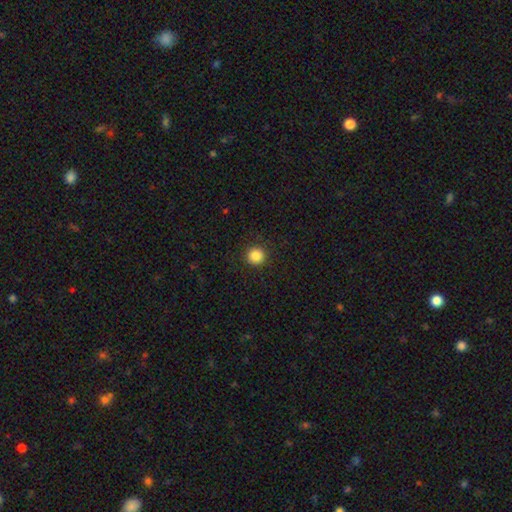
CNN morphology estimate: smooth 85%, star or artifact 11%, featured or disk 4%. Down the decision tree: how rounded — round (94%); merging — none (92%).